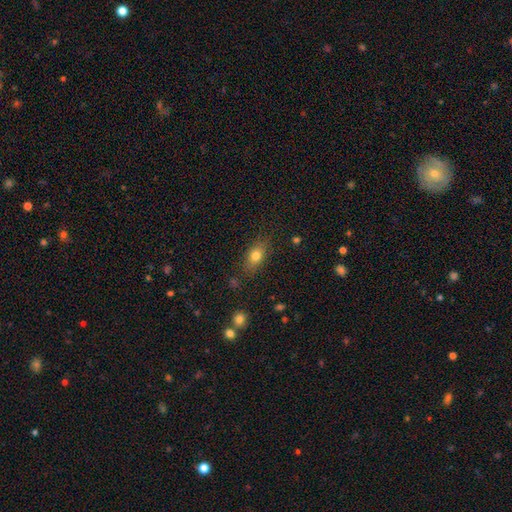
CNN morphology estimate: Q: Smooth or featured?
A: smooth (77%); runner-up: featured or disk (13%)
Q: How rounded?
A: in between (78%); runner-up: round (14%)
Q: Merging?
A: none (79%); runner-up: minor disturbance (14%)